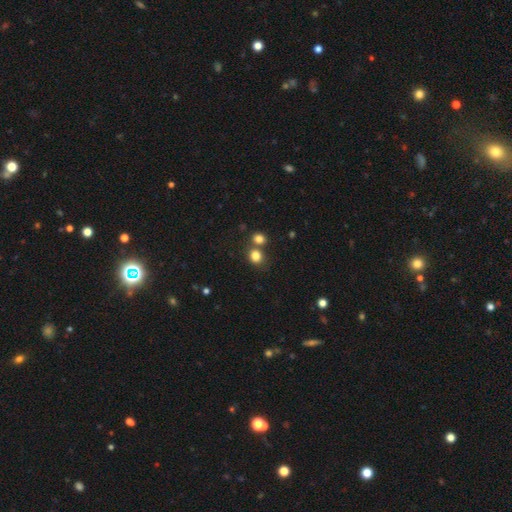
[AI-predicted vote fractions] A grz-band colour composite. It shows a smooth galaxy with no disk features (81%) that is round (74%). Merging: none (59%).